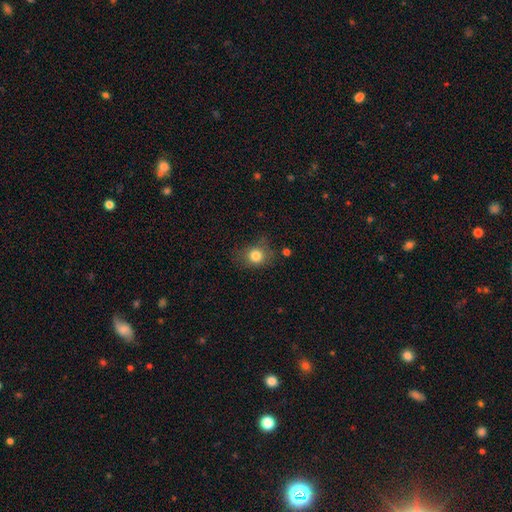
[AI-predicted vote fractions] This appears to be a smooth galaxy with no disk features (81%) that is round (68%). Merging: none (65%).